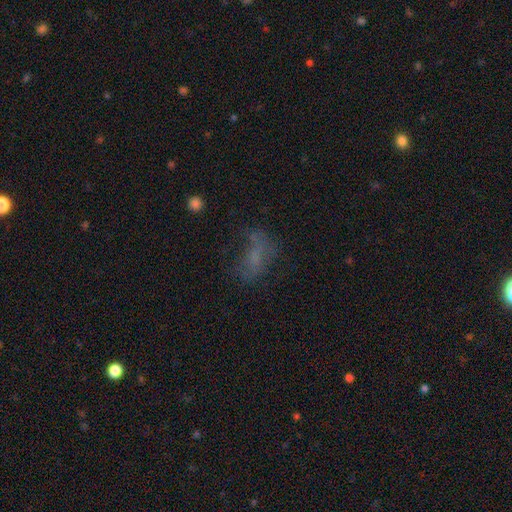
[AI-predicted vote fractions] smooth_or_featured: smooth (p=0.48) [alt: featured or disk p=0.27]
merging: none (p=0.43) [alt: major disturbance p=0.29]